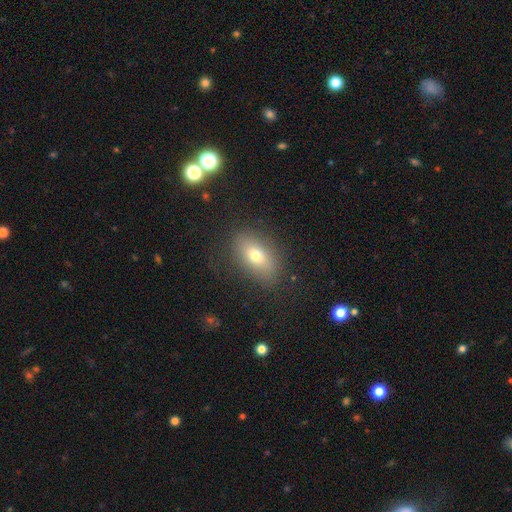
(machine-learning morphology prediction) Smooth or featured: smooth — 71% (featured or disk — 19%)
How rounded: in between — 85% (round — 10%)
Merging: none — 80% (minor disturbance — 13%)